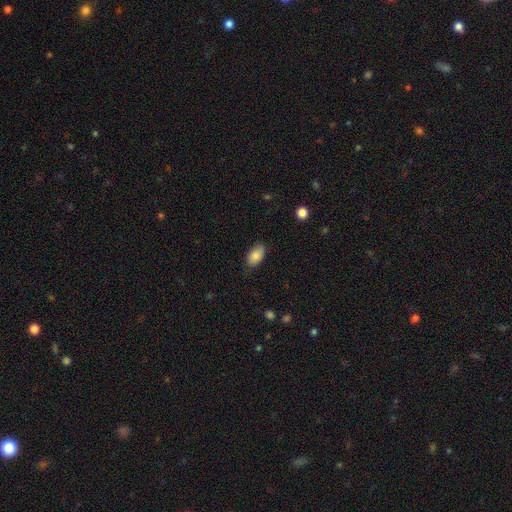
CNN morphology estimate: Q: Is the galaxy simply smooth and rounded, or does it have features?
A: smooth — 85%.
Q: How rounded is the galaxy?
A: in between — 93%.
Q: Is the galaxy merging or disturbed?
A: none — 81%.